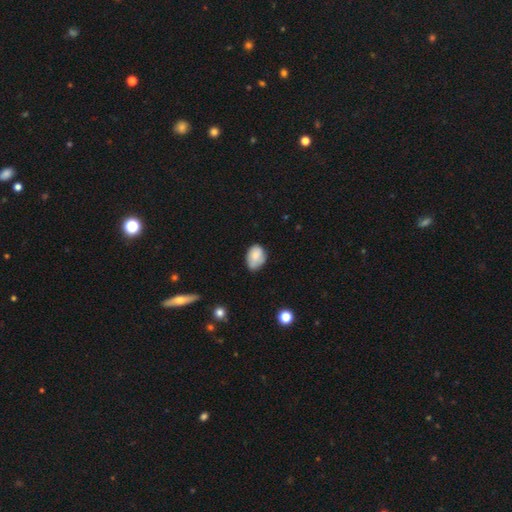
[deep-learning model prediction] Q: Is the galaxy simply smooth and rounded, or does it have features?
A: smooth — 81%.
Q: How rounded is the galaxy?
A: in between — 80%.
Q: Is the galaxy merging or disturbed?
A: none — 55%.